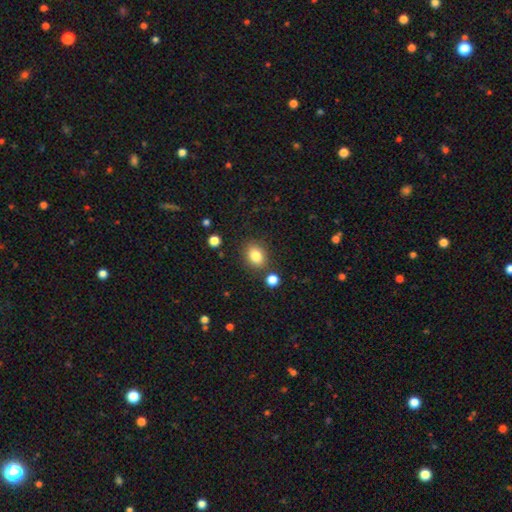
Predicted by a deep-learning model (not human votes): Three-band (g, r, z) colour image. It shows a smooth galaxy with no disk features (83%) that is in between round and cigar-shaped (54%). Merging: none (80%).